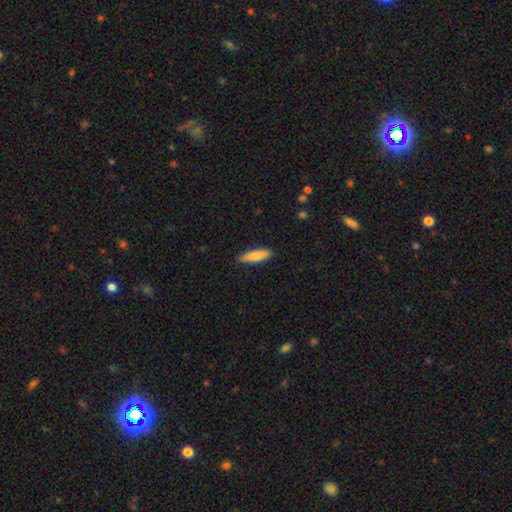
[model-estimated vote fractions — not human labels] Overall: smooth (79%). How rounded: cigar-shaped (62%; in between 36%). Merging: none (86%).